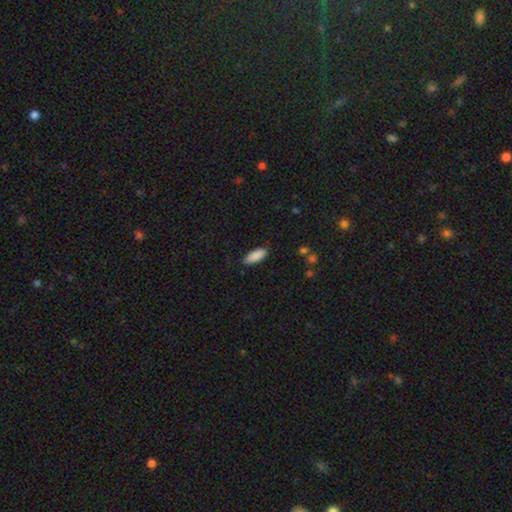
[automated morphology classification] smooth_or_featured: smooth (p=0.89) [alt: star or artifact p=0.06]
how_rounded: in between (p=0.72) [alt: cigar-shaped p=0.27]
merging: none (p=0.87) [alt: minor disturbance p=0.10]